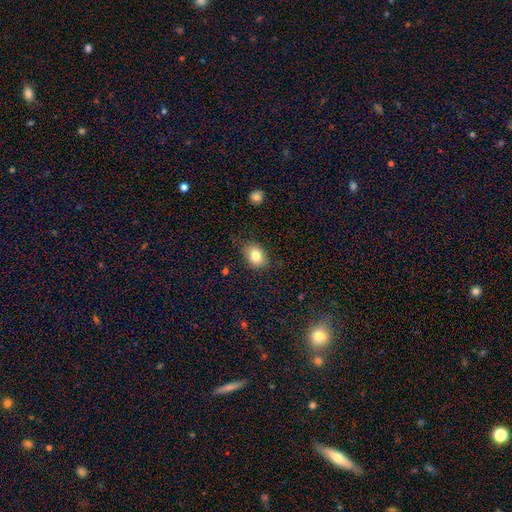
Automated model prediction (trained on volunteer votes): This is clearly a smooth galaxy (81%). How rounded: likely in between (68%). Merging: clearly none (81%).